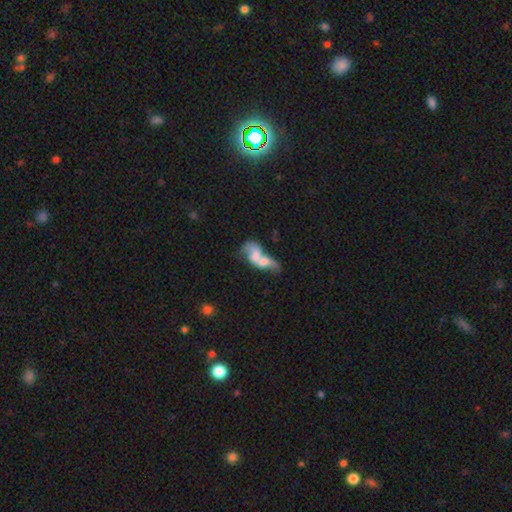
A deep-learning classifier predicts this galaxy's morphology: This is possibly a smooth galaxy (47%). Merging: likely merger (75%).